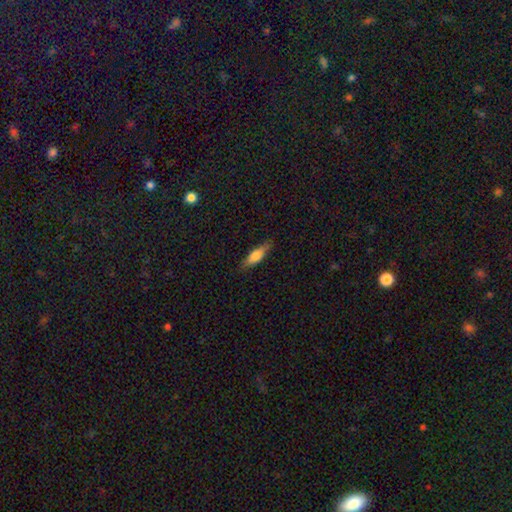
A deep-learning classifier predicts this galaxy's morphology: Smooth or featured?
  - smooth: 67% *
  - featured or disk: 27%
  - star or artifact: 6%
How rounded?
  - cigar-shaped: 51% *
  - in between: 47%
  - round: 2%
Merging?
  - none: 82% *
  - minor disturbance: 14%
  - major disturbance: 3%
  - merger: 1%